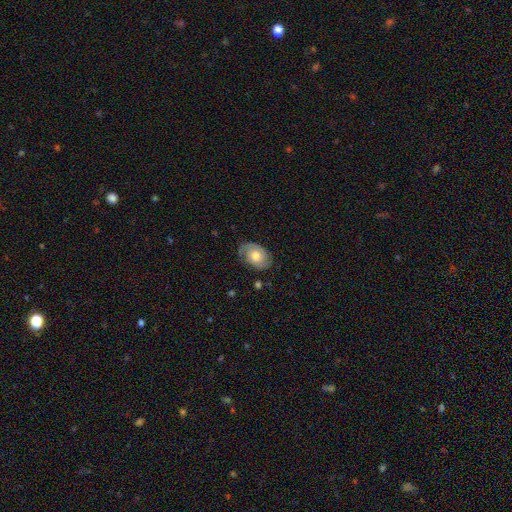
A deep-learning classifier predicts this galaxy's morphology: Smooth or featured? featured or disk (64%)
Edge-on disk? no (96%)
Bar? no (77%)
Spiral arms? yes (86%)
Spiral winding? tight (49%)
Spiral arm count? 2 (79%)
Bulge size? moderate (66%)
Merging? none (75%)